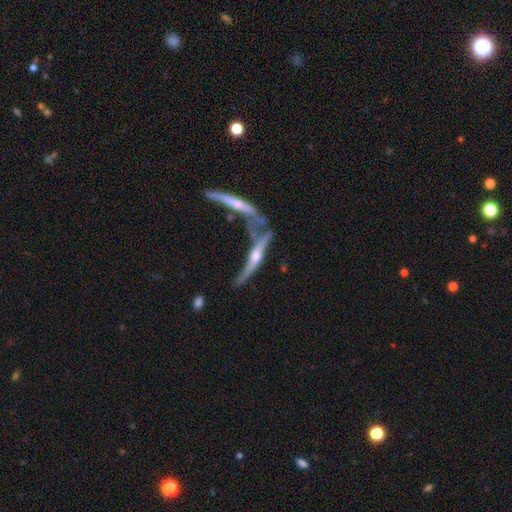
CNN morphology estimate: smooth_or_featured: featured or disk (p=0.77) [alt: smooth p=0.16]
disk_edge_on: yes (p=0.91) [alt: no p=0.09]
edge_on_bulge: rounded (p=0.89) [alt: none p=0.06]
merging: none (p=0.40) [alt: merger p=0.38]